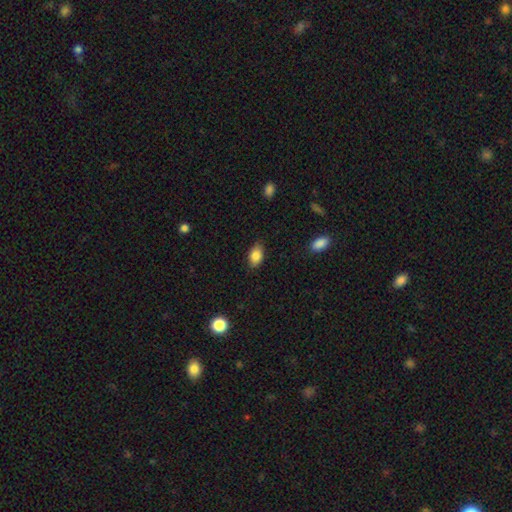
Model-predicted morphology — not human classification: The model was most divided on "merging": none: 82%, minor disturbance: 14%, major disturbance: 3%, merger: 1%. More confident: how rounded — in between (88%); smooth or featured — smooth (85%).